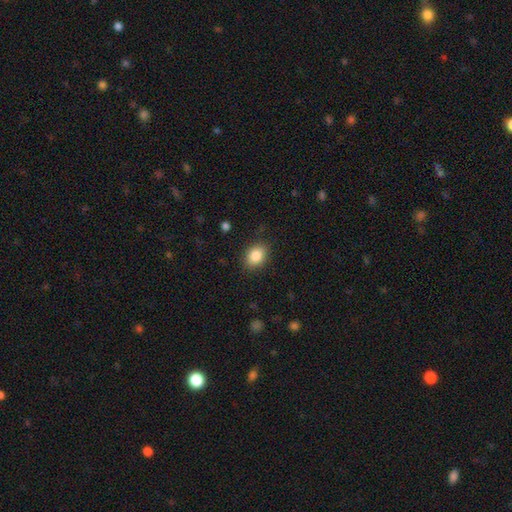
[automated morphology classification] type=smooth (85%); roundness=in between (60%); merging=none (86%).